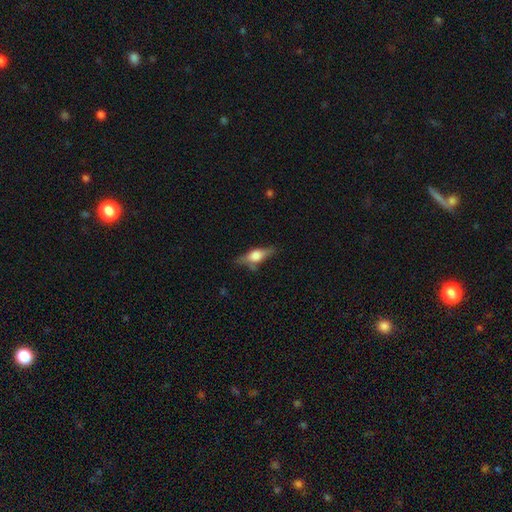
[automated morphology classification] smooth_or_featured: featured or disk (p=0.56) [alt: smooth p=0.36]
disk_edge_on: yes (p=0.91) [alt: no p=0.09]
edge_on_bulge: rounded (p=0.90) [alt: boxy p=0.08]
merging: none (p=0.66) [alt: minor disturbance p=0.21]